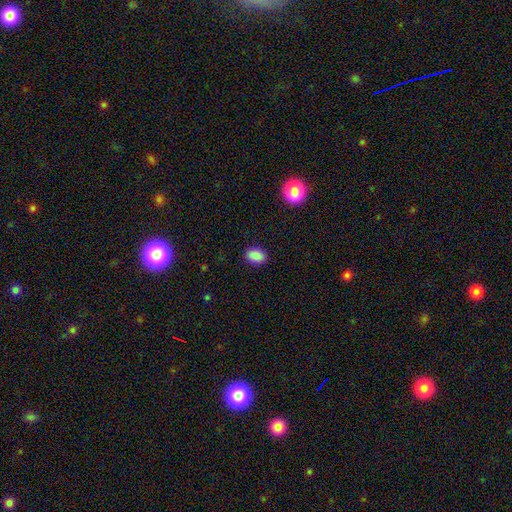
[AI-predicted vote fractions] The model was most divided on "how rounded": in between: 82%, round: 17%, cigar-shaped: 1%. More confident: smooth or featured — smooth (88%); merging — none (88%).